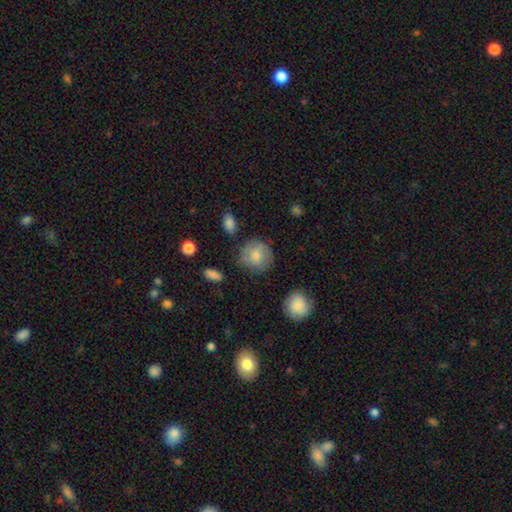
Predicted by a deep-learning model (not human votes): smooth-or-featured: smooth: 66% | featured or disk: 25% | star or artifact: 9%
  how-rounded: round: 85% | in between: 14% | cigar-shaped: 1%
  merging: none: 76% | minor disturbance: 16% | major disturbance: 5% | merger: 3%